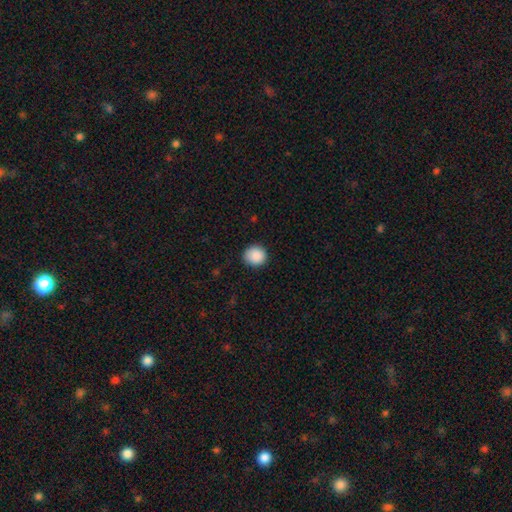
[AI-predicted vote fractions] This appears to be a smooth galaxy with no disk features (89%) that is round (88%). Merging: none (88%).